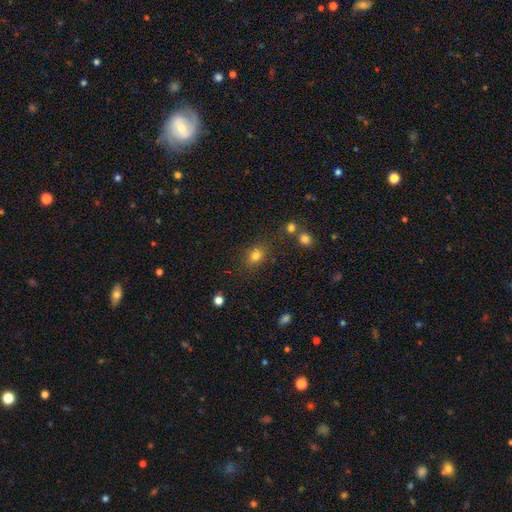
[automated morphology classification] Smooth or featured? smooth (79%)
How rounded? in between (51%)
Merging? none (78%)